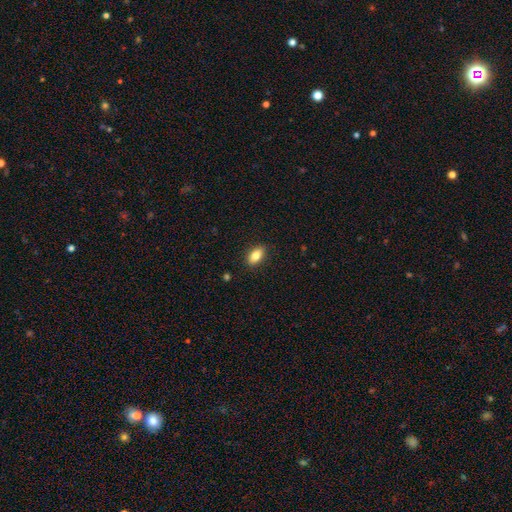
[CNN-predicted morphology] type=smooth (83%); roundness=in between (89%); merging=none (89%).